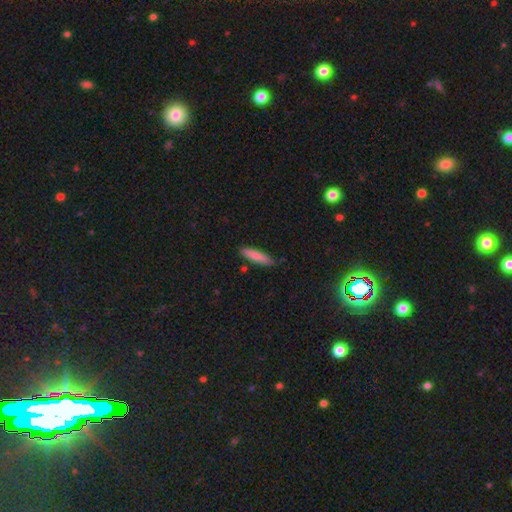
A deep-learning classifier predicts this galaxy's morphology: smooth-or-featured: smooth: 83% | featured or disk: 11% | star or artifact: 6%
  how-rounded: cigar-shaped: 83% | in between: 16% | round: 1%
  merging: none: 81% | minor disturbance: 14% | merger: 2% | major disturbance: 2%